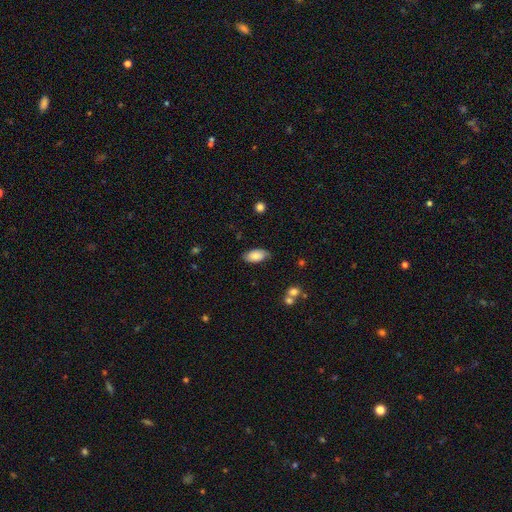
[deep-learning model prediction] Smooth or featured: smooth — 77% (featured or disk — 16%)
How rounded: in between — 93% (cigar-shaped — 4%)
Merging: none — 76% (minor disturbance — 18%)